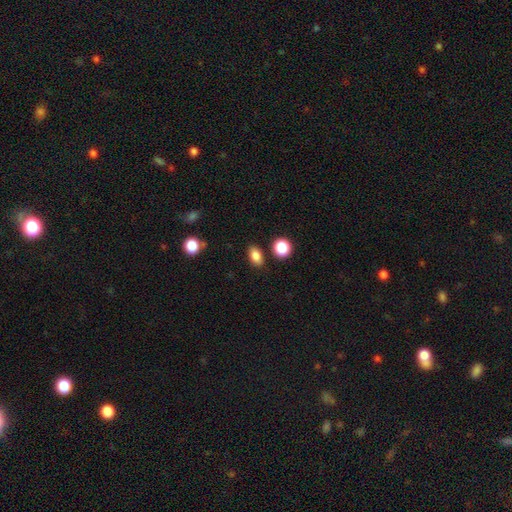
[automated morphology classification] Smooth or featured? Predicted: smooth (p=0.85). How rounded? Predicted: in between (p=0.81). Merging? Predicted: none (p=0.84).